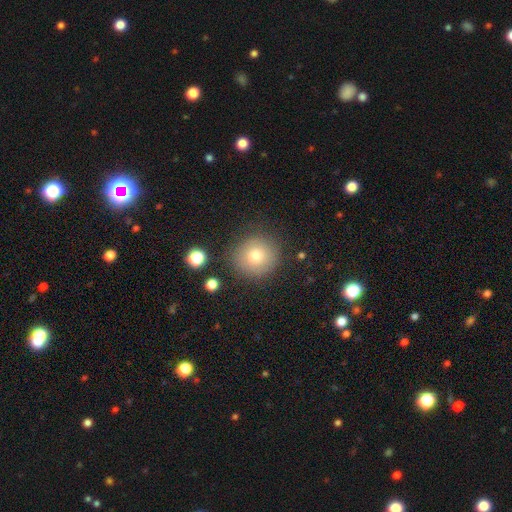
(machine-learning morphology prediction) The model was most divided on "smooth or featured": smooth: 75%, featured or disk: 13%, star or artifact: 12%. More confident: how rounded — round (92%); merging — none (84%).